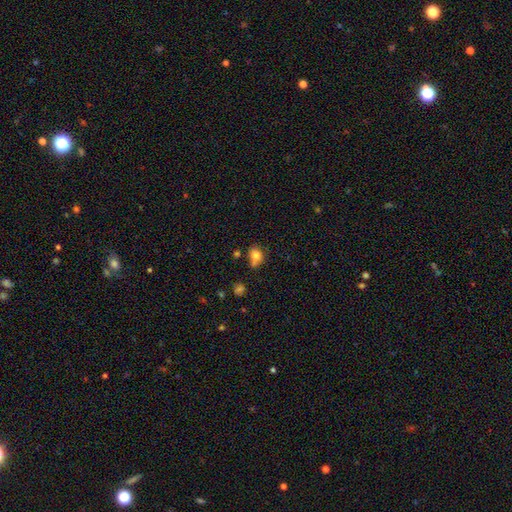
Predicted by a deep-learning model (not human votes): This is likely a smooth galaxy (79%). How rounded: possibly in between (51%). Merging: possibly none (49%).